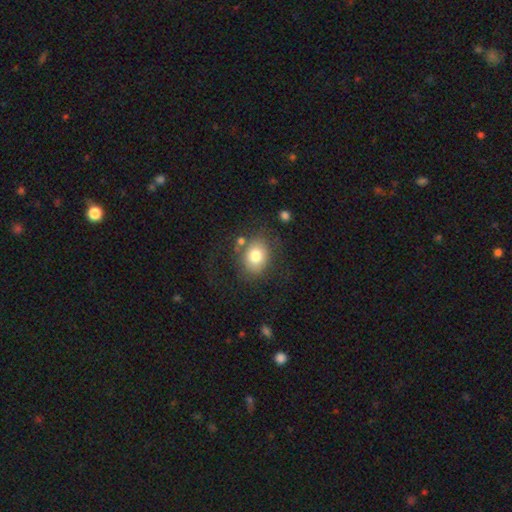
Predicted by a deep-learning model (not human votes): Smooth or featured? Predicted: smooth (p=0.76). How rounded? Predicted: round (p=0.54). Merging? Predicted: none (p=0.69).